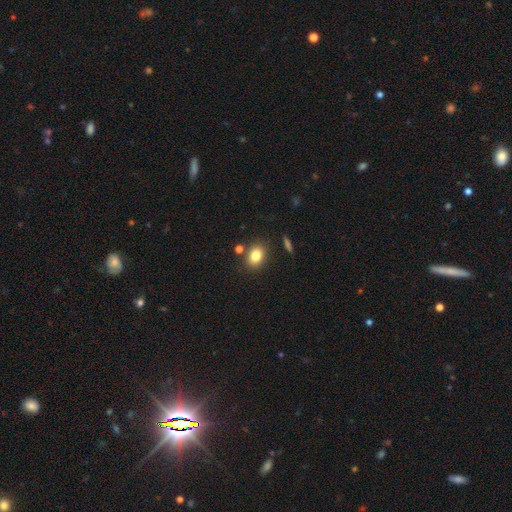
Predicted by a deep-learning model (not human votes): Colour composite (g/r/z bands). It shows a smooth galaxy with no disk features (81%) that is in between round and cigar-shaped (65%). Merging: none (80%).